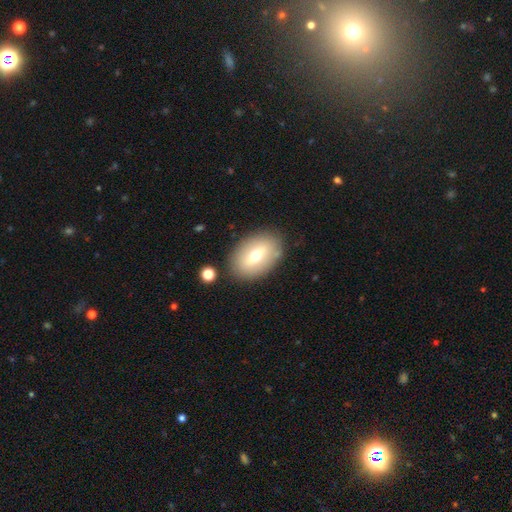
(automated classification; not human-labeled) This is possibly a smooth galaxy (58%). How rounded: clearly in between (87%). Merging: clearly none (85%).